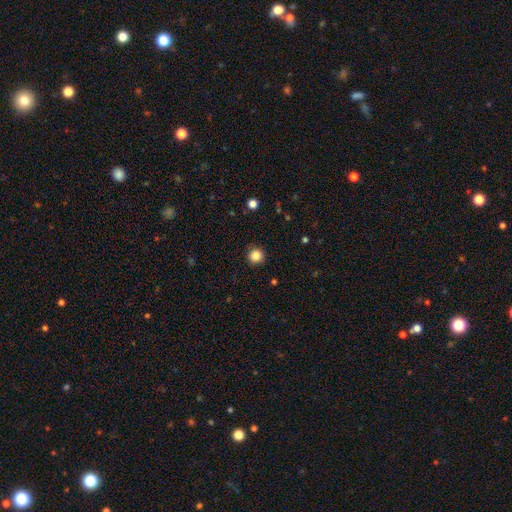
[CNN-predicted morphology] Smooth or featured?
  - smooth: 85% *
  - star or artifact: 11%
  - featured or disk: 4%
How rounded?
  - round: 95% *
  - in between: 4%
  - cigar-shaped: 1%
Merging?
  - none: 91% *
  - minor disturbance: 6%
  - major disturbance: 2%
  - merger: 1%